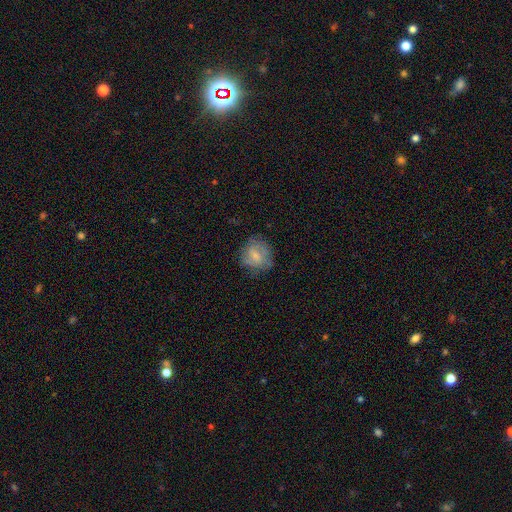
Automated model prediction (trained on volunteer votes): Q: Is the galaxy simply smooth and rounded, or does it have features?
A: smooth — 69%.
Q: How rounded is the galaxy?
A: round — 77%.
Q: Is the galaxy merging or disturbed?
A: none — 68%.